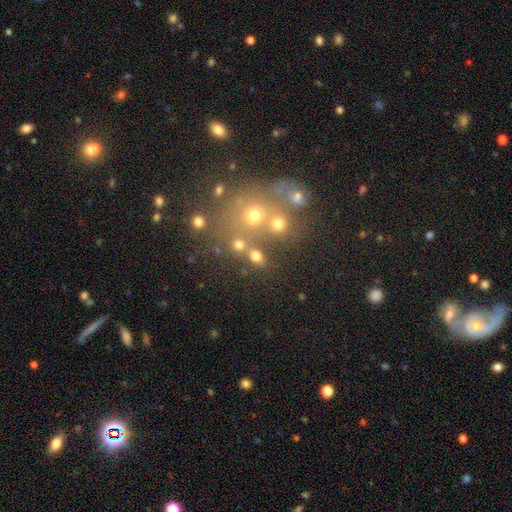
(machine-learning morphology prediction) smooth_or_featured: smooth (p=0.71) [alt: star or artifact p=0.18]
how_rounded: round (p=0.51) [alt: in between p=0.47]
merging: none (p=0.65) [alt: merger p=0.19]